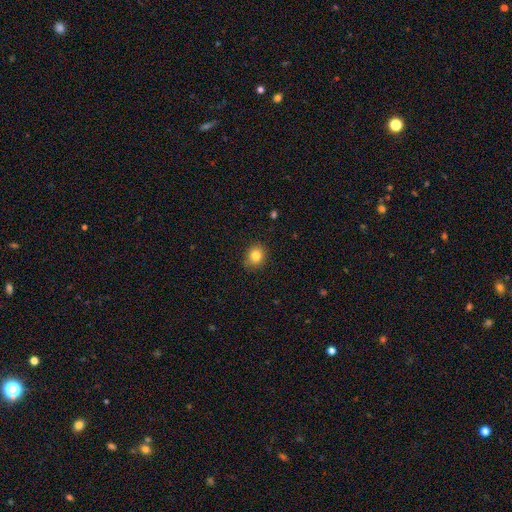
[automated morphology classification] Smooth or featured? Predicted: smooth (p=0.82). How rounded? Predicted: round (p=0.73). Merging? Predicted: none (p=0.85).